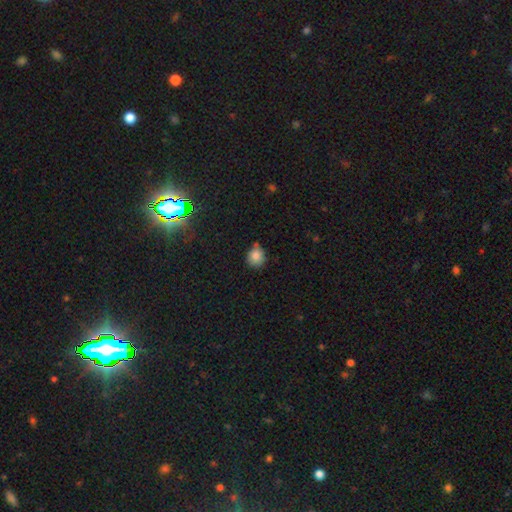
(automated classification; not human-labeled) smooth_or_featured: smooth (p=0.83) [alt: star or artifact p=0.10]
how_rounded: round (p=0.82) [alt: in between p=0.17]
merging: none (p=0.67) [alt: minor disturbance p=0.22]